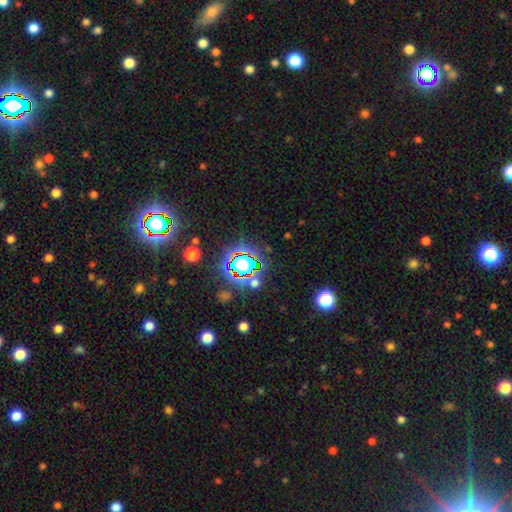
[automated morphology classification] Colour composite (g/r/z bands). It shows a star or artifact, not a galaxy (82%).